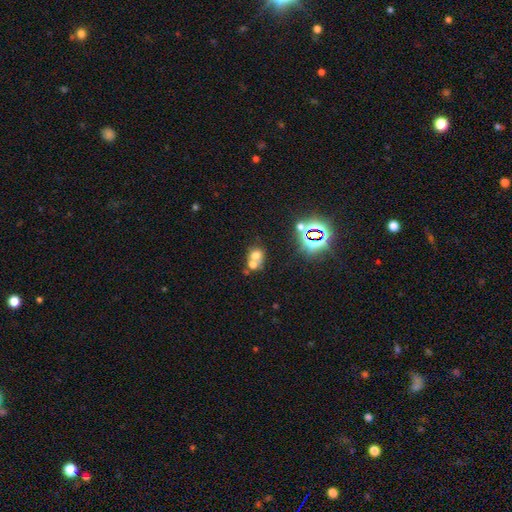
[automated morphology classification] Smooth or featured?
  - smooth: 60% *
  - star or artifact: 21%
  - featured or disk: 19%
How rounded?
  - round: 71% *
  - in between: 28%
  - cigar-shaped: 1%
Merging?
  - merger: 54% *
  - none: 35%
  - minor disturbance: 7%
  - major disturbance: 4%